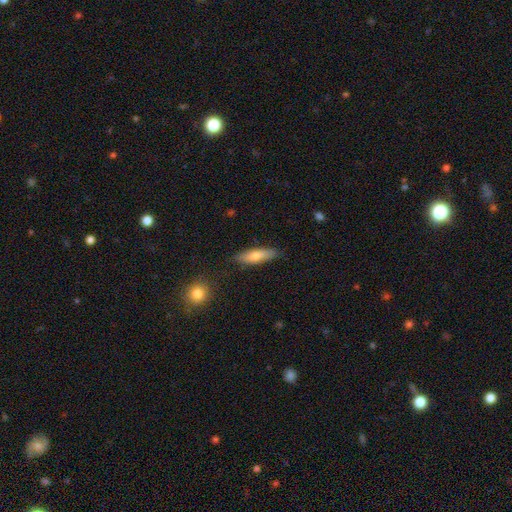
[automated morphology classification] type=smooth (70%); roundness=cigar-shaped (64%); merging=none (85%).